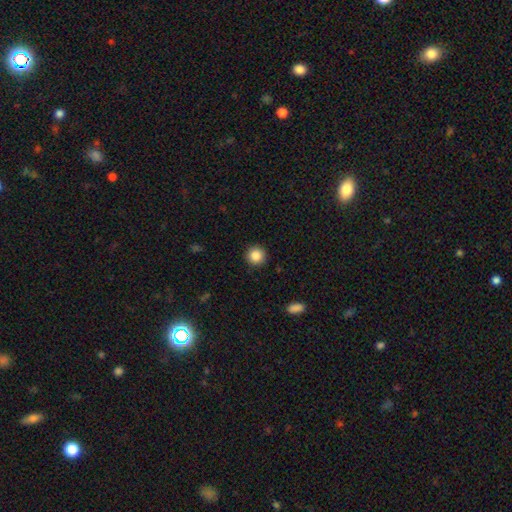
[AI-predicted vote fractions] This appears to be a smooth galaxy with no disk features (86%) that is round (95%). Merging: none (92%).